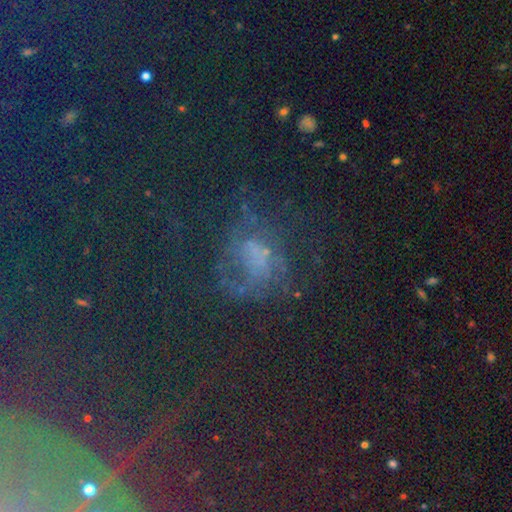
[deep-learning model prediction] Smooth or featured?
  - star or artifact: 49% *
  - smooth: 26%
  - featured or disk: 25%